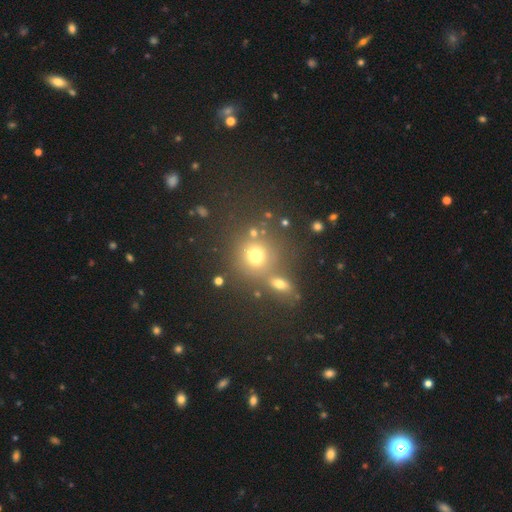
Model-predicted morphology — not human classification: Smooth or featured: smooth — 71% (star or artifact — 18%)
How rounded: round — 84% (in between — 14%)
Merging: none — 59% (merger — 27%)